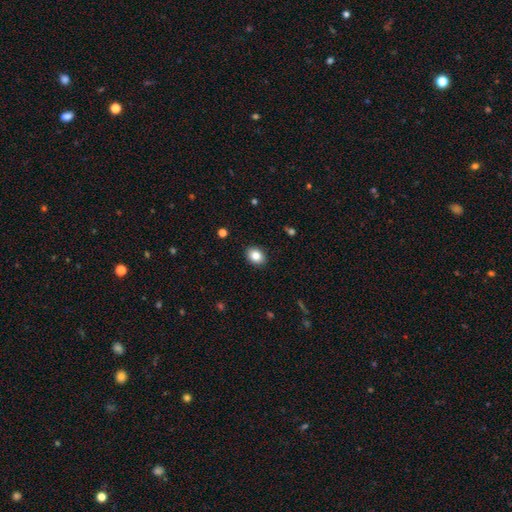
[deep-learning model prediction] Q: Smooth or featured?
A: smooth (84%); runner-up: star or artifact (9%)
Q: How rounded?
A: in between (62%); runner-up: round (38%)
Q: Merging?
A: none (90%); runner-up: minor disturbance (7%)